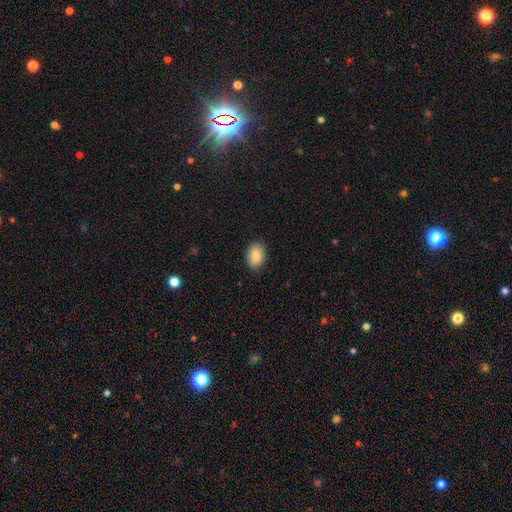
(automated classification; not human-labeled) smooth 86%, star or artifact 7%, featured or disk 7%. Down the decision tree: how rounded — in between (86%); merging — none (87%).